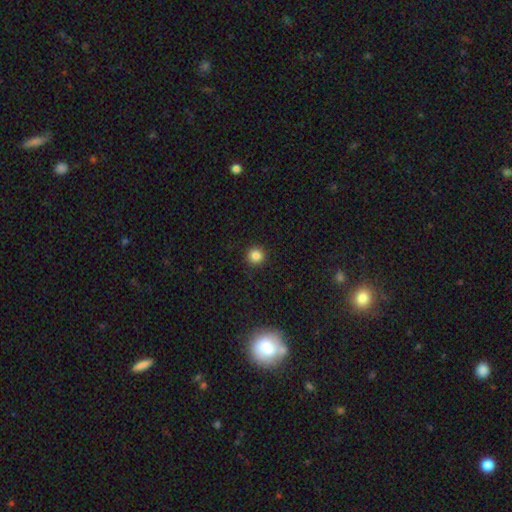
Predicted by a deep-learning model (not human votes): Smooth or featured?
  - smooth: 84% *
  - star or artifact: 12%
  - featured or disk: 4%
How rounded?
  - round: 95% *
  - in between: 4%
  - cigar-shaped: 1%
Merging?
  - none: 92% *
  - minor disturbance: 5%
  - major disturbance: 2%
  - merger: 1%